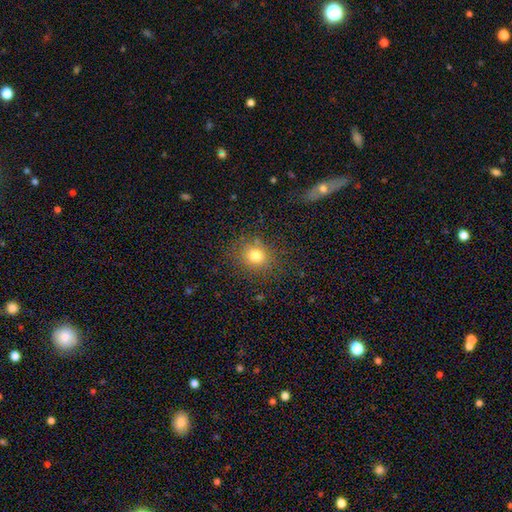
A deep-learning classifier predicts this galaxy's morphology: This is likely a smooth galaxy (77%). How rounded: likely round (74%). Merging: clearly none (82%).